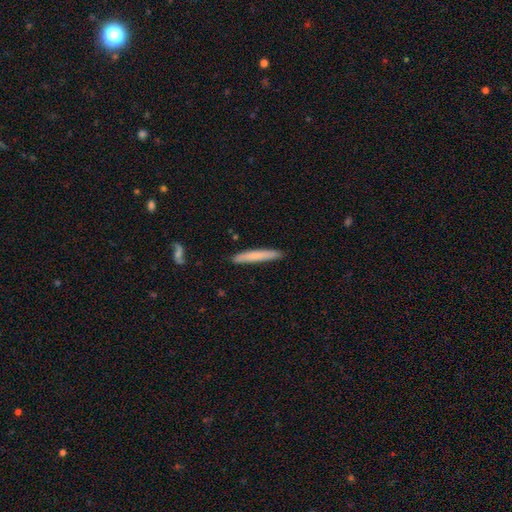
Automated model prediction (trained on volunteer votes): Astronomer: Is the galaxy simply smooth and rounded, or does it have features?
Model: smooth — 74%.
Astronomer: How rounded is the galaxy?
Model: cigar-shaped — 96%.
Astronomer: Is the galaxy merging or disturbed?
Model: none — 89%.